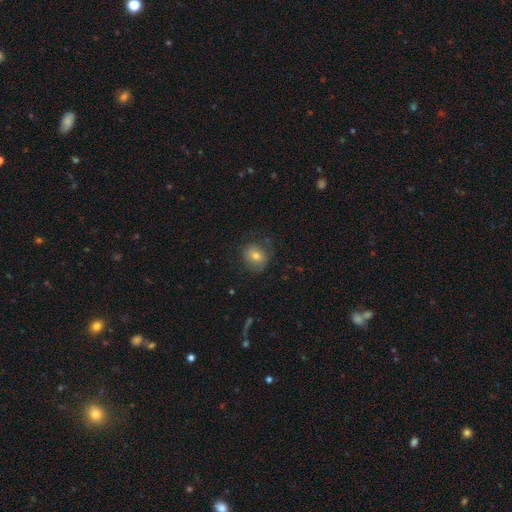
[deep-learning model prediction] Smooth or featured? Predicted: smooth (p=0.67). How rounded? Predicted: round (p=0.70). Merging? Predicted: none (p=0.72).